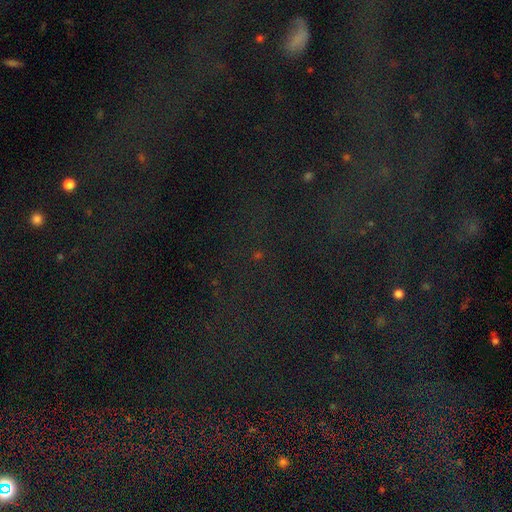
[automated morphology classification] A star or artifact, not a galaxy (78%).